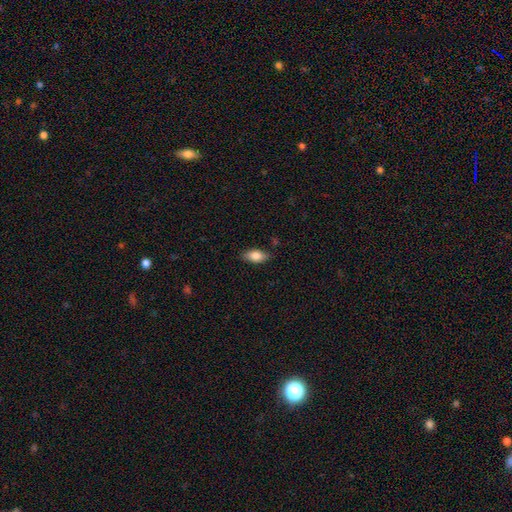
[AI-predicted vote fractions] Morphology: type=smooth (80%); roundness=in between (88%); merging=none (83%).